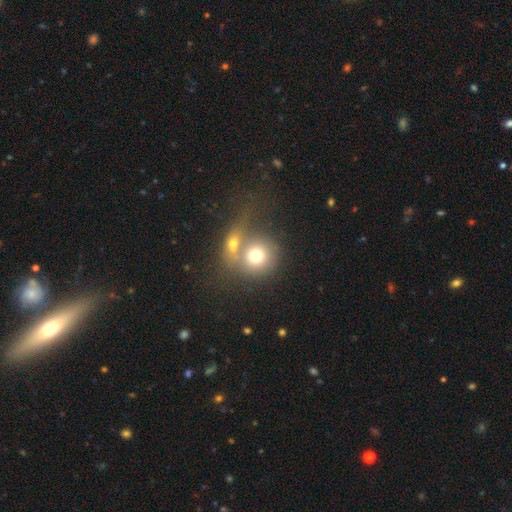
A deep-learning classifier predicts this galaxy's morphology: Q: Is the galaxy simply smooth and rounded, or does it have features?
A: smooth — 68%.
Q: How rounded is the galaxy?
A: round — 83%.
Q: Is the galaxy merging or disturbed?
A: merger — 55%.